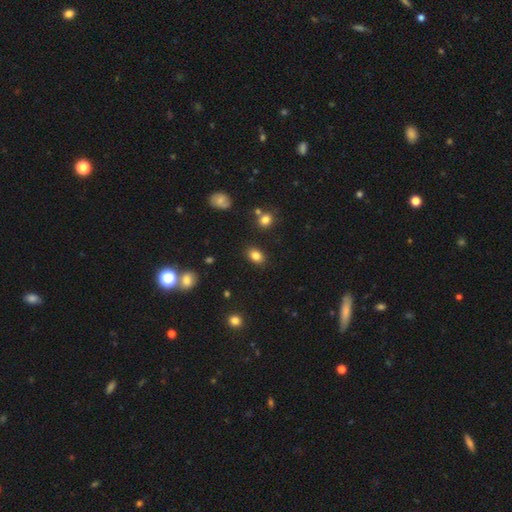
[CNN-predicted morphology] Smooth or featured: smooth — 83% (star or artifact — 11%)
How rounded: in between — 76% (round — 23%)
Merging: none — 85% (minor disturbance — 10%)